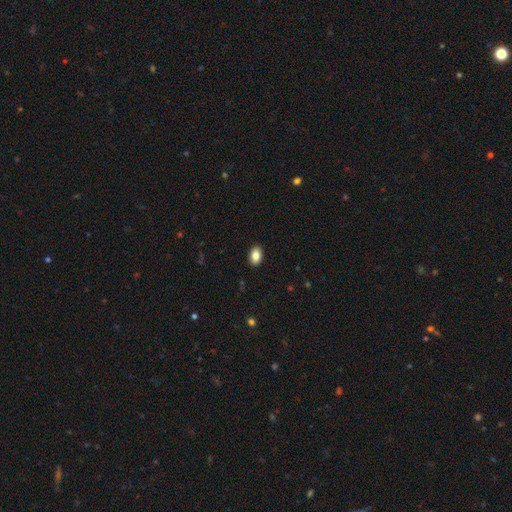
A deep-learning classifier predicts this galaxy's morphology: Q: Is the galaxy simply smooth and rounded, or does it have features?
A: smooth — 85%.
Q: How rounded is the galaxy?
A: in between — 87%.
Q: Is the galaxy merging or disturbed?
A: none — 90%.